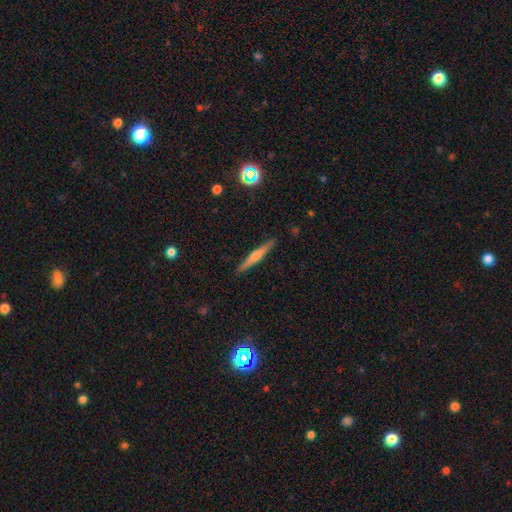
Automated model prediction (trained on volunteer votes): Smooth or featured? Predicted: featured or disk (p=0.65). Edge-on disk? Predicted: yes (p=0.98). Edge-on bulge? Predicted: rounded (p=0.79). Merging? Predicted: none (p=0.91).